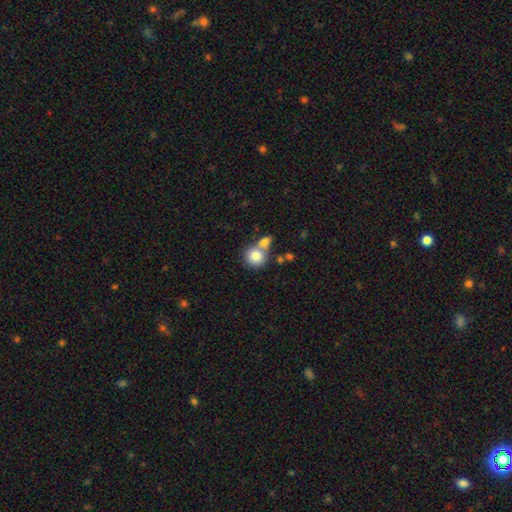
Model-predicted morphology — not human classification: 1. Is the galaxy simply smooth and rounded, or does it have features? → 80% smooth, 11% featured or disk, 8% star or artifact.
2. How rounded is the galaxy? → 84% round, 15% in between, 1% cigar-shaped.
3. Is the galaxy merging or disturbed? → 47% merger, 41% none, 8% minor disturbance, 4% major disturbance.